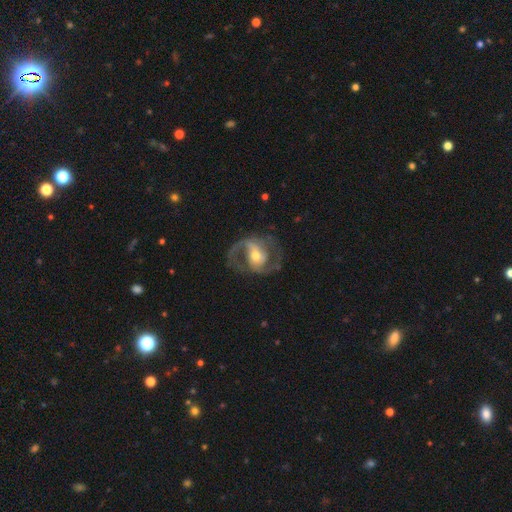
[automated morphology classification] featured or disk 86%, smooth 9%, star or artifact 5%. Down the decision tree: edge-on disk — no (97%); bar — weak (42%); spiral arms — yes (94%); spiral arm count — 2 (85%); spiral winding — medium (55%); bulge size — moderate (63%); merging — none (68%).